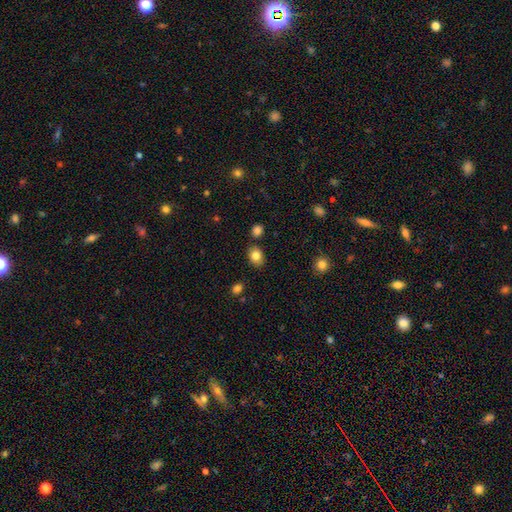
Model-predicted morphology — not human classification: Smooth or featured? Predicted: smooth (p=0.84). How rounded? Predicted: in between (p=0.61). Merging? Predicted: none (p=0.81).